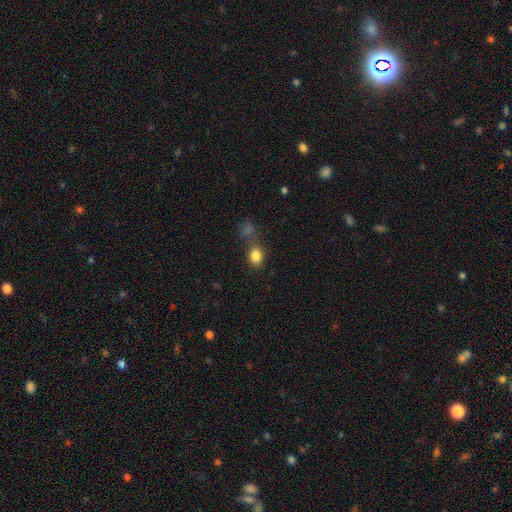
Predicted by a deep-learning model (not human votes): Smooth or featured? smooth (84%)
How rounded? in between (58%)
Merging? none (61%)